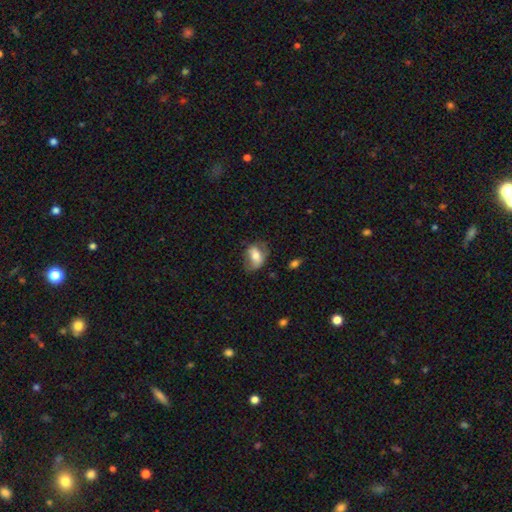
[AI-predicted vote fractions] Smooth or featured?
  - smooth: 58% *
  - featured or disk: 34%
  - star or artifact: 8%
How rounded?
  - in between: 78% *
  - round: 19%
  - cigar-shaped: 2%
Merging?
  - none: 57% *
  - minor disturbance: 27%
  - major disturbance: 13%
  - merger: 2%